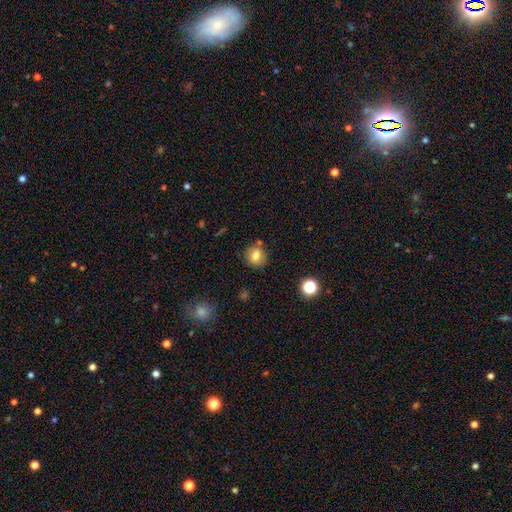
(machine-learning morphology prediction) Smooth or featured: smooth — 77% (star or artifact — 12%)
How rounded: round — 83% (in between — 16%)
Merging: none — 81% (minor disturbance — 11%)